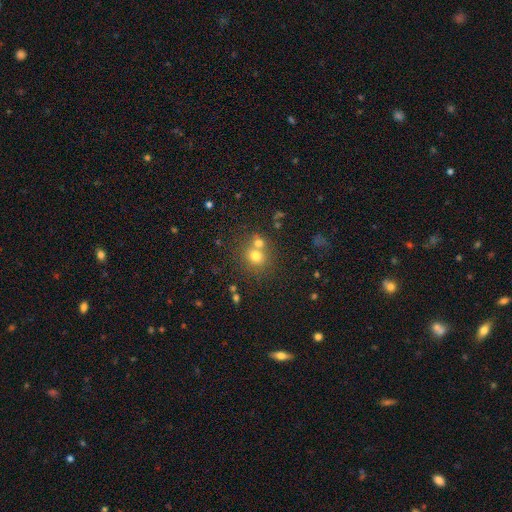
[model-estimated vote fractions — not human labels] Smooth or featured?
  - smooth: 72% *
  - star or artifact: 16%
  - featured or disk: 12%
How rounded?
  - round: 81% *
  - in between: 18%
  - cigar-shaped: 1%
Merging?
  - none: 53% *
  - merger: 37%
  - minor disturbance: 8%
  - major disturbance: 3%